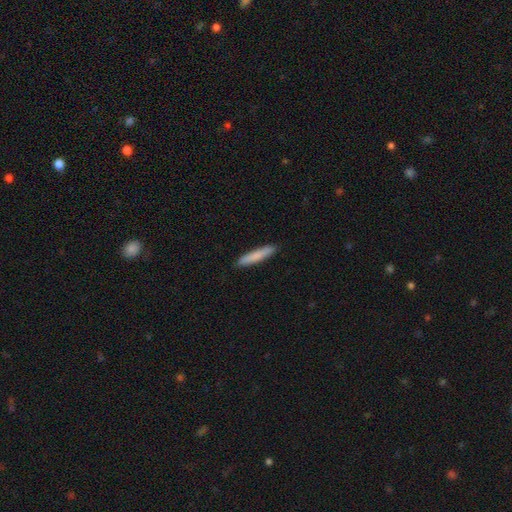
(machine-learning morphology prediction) A smooth galaxy with no disk features (81%) that is cigar-shaped (93%).

Vote fractions:
- Smooth or featured? smooth: 81% / featured or disk: 13% / star or artifact: 5%
- How rounded? cigar-shaped: 93% / in between: 6% / round: 1%
- Merging? none: 91% / minor disturbance: 7% / major disturbance: 1% / merger: 1%